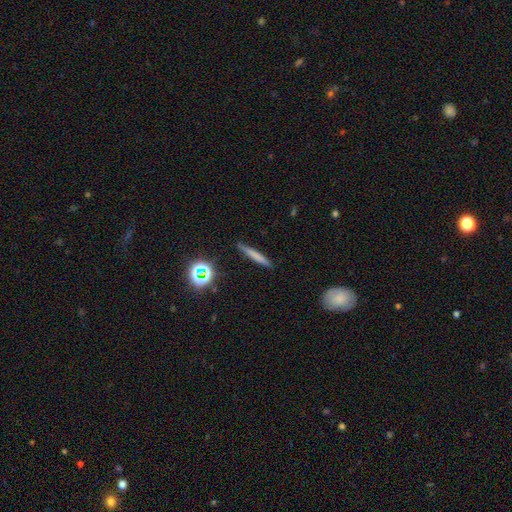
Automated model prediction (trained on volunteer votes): smooth 66%, featured or disk 23%, star or artifact 11%. Down the decision tree: how rounded — cigar-shaped (94%); merging — none (88%).